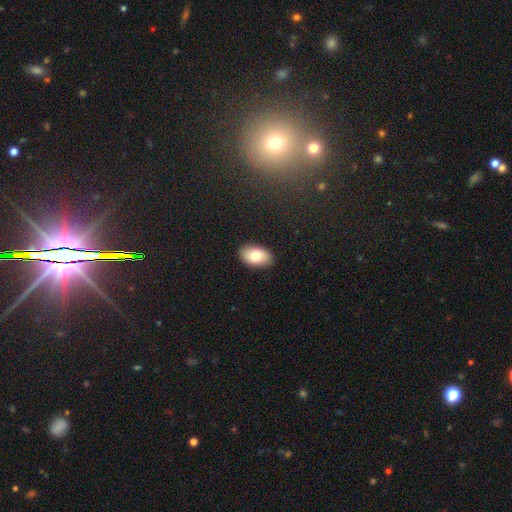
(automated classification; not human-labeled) This is likely a smooth galaxy (77%). How rounded: clearly in between (92%). Merging: clearly none (89%).